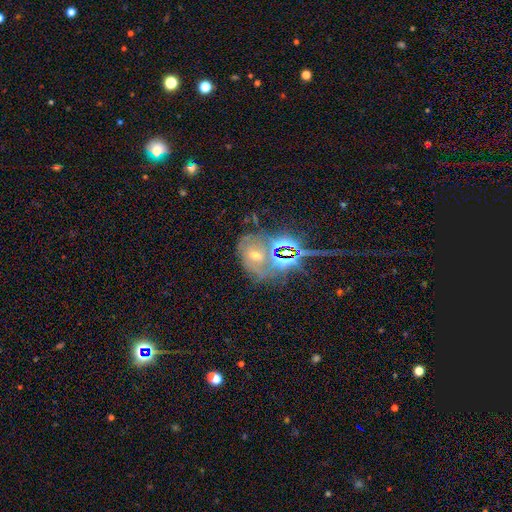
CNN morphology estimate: smooth-or-featured: featured or disk: 42% | star or artifact: 41% | smooth: 17%
  merging: none: 57% | minor disturbance: 18% | merger: 13% | major disturbance: 12%